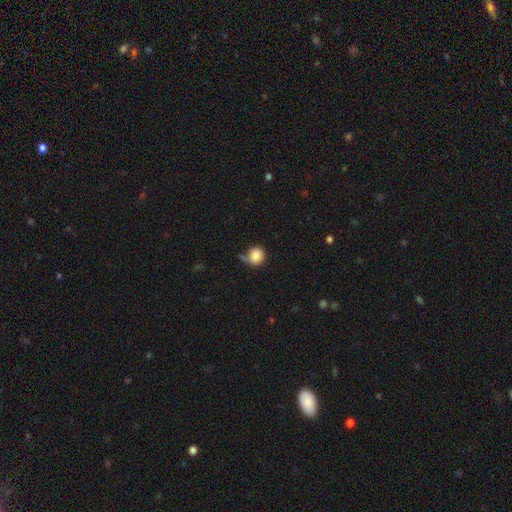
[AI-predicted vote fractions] Q: Smooth or featured?
A: smooth (86%); runner-up: star or artifact (8%)
Q: How rounded?
A: round (83%); runner-up: in between (16%)
Q: Merging?
A: none (50%); runner-up: minor disturbance (27%)